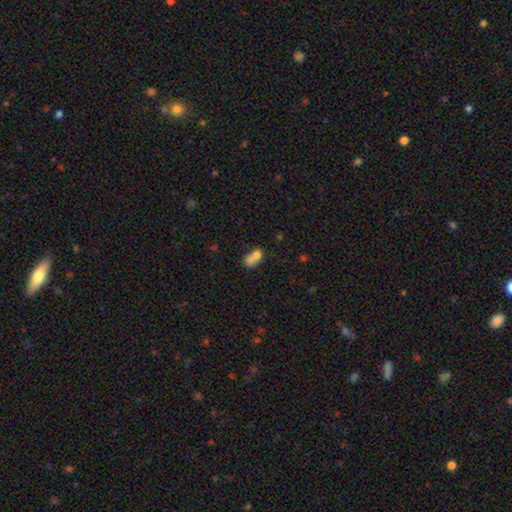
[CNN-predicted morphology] smooth-or-featured: smooth: 72% | featured or disk: 17% | star or artifact: 11%
  how-rounded: in between: 50% | round: 48% | cigar-shaped: 2%
  merging: merger: 68% | none: 20% | minor disturbance: 8% | major disturbance: 5%